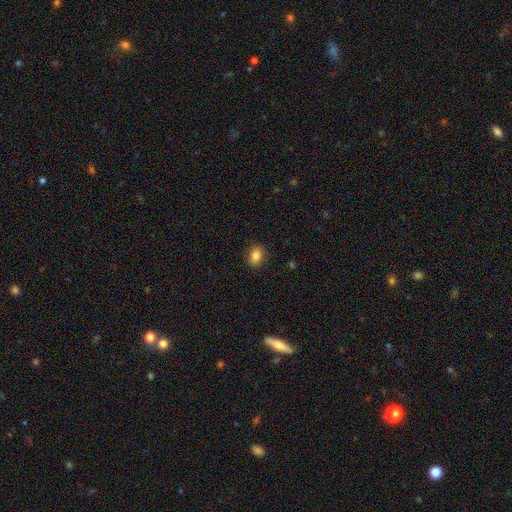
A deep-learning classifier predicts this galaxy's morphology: smooth_or_featured: smooth (p=0.85) [alt: star or artifact p=0.09]
how_rounded: in between (p=0.74) [alt: round p=0.24]
merging: none (p=0.88) [alt: minor disturbance p=0.09]